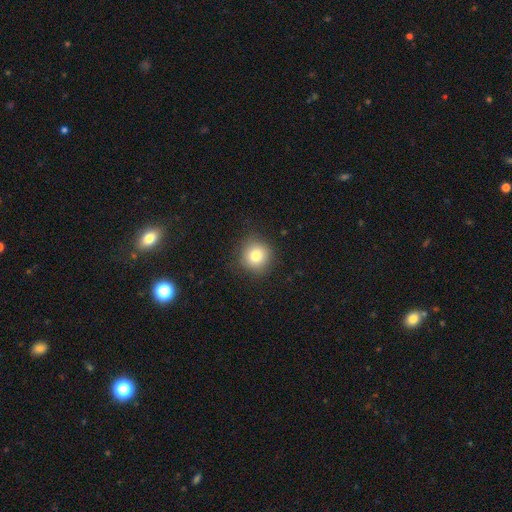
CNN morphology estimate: type=smooth (79%); roundness=round (92%); merging=none (87%).